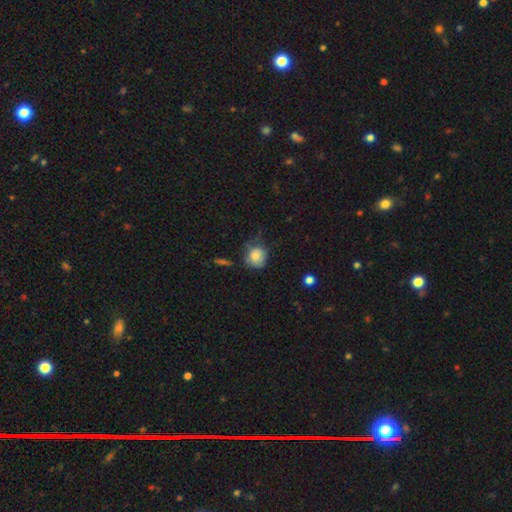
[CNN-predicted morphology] smooth-or-featured: smooth: 79% | featured or disk: 13% | star or artifact: 9%
  how-rounded: round: 78% | in between: 21% | cigar-shaped: 1%
  merging: none: 49% | minor disturbance: 34% | major disturbance: 14% | merger: 3%